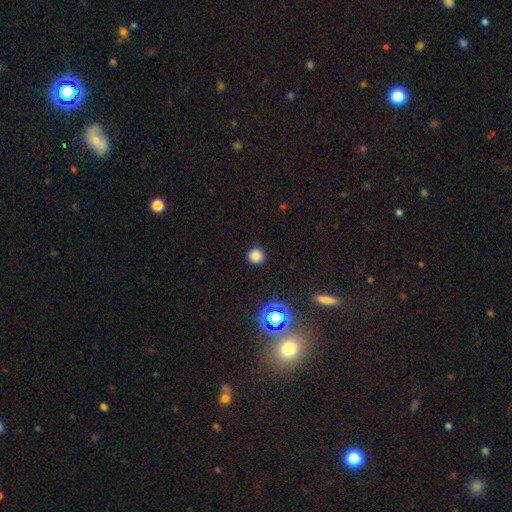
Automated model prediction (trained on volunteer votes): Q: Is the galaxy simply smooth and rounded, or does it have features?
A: smooth — 79%.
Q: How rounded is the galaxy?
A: round — 94%.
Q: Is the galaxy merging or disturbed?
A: none — 90%.